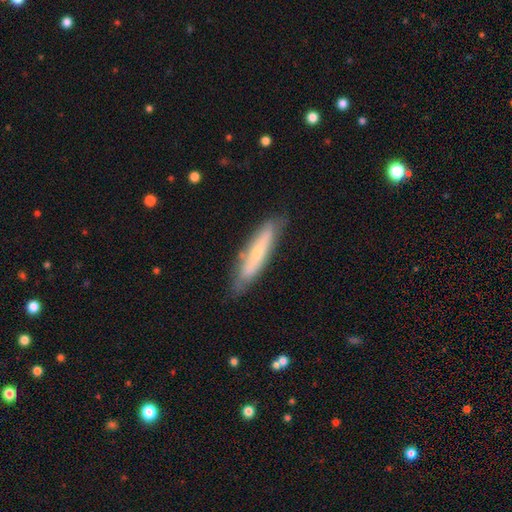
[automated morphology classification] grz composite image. It shows a featured or disk galaxy (48%). Merging: none (78%).